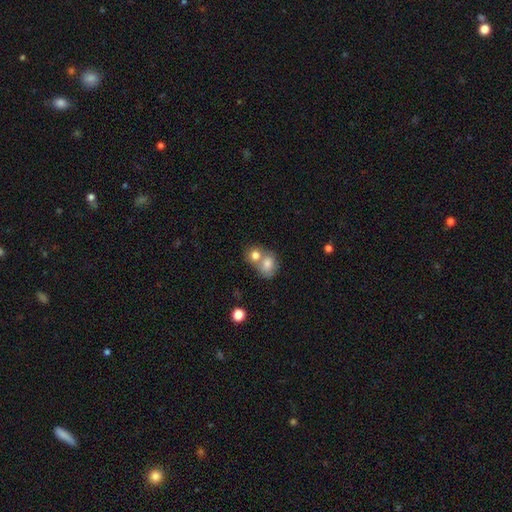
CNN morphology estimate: Smooth or featured: smooth — 77% (featured or disk — 14%)
How rounded: round — 68% (in between — 31%)
Merging: merger — 61% (none — 29%)